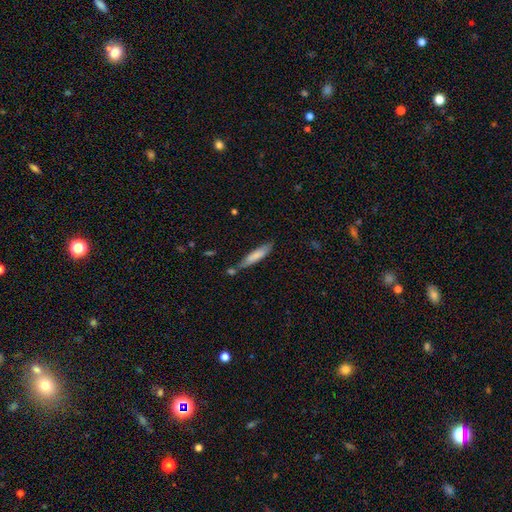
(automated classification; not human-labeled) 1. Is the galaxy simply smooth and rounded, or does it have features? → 77% smooth, 17% featured or disk, 6% star or artifact.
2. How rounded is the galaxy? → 84% cigar-shaped, 15% in between, 1% round.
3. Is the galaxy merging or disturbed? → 66% none, 19% minor disturbance, 11% merger, 4% major disturbance.